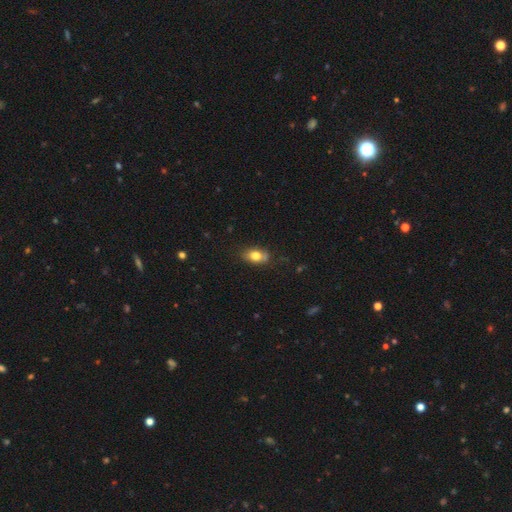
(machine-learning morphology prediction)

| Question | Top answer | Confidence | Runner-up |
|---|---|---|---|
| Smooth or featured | smooth | 76% | featured or disk (14%) |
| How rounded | in between | 80% | round (18%) |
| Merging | none | 65% | minor disturbance (25%) |